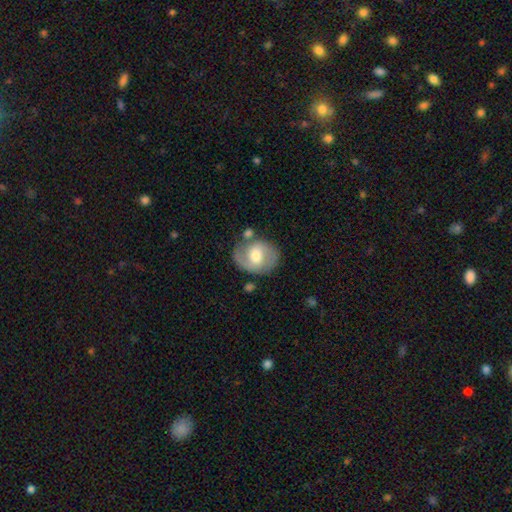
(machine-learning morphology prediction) A featured or disk galaxy (66%) with a weak bar (47%), 2 (84%) medium (52%) spiral arms (85%) and a moderate central bulge (66%).

Vote fractions:
- Smooth or featured? featured or disk: 66% / smooth: 28% / star or artifact: 6%
- Edge-on disk? no: 97% / yes: 3%
- Bar? weak: 47% / no: 40% / strong: 12%
- Spiral arms? yes: 85% / no: 15%
- Spiral winding? medium: 52% / tight: 26% / loose: 22%
- Spiral arm count? 2: 84% / can't tell: 7% / 1: 6% / 3: 1% / 4: 1% / more than 4: 1%
- Bulge size? moderate: 66% / large: 16% / small: 15% / none: 2% / dominant: 2%
- Merging? none: 66% / minor disturbance: 17% / merger: 9% / major disturbance: 7%